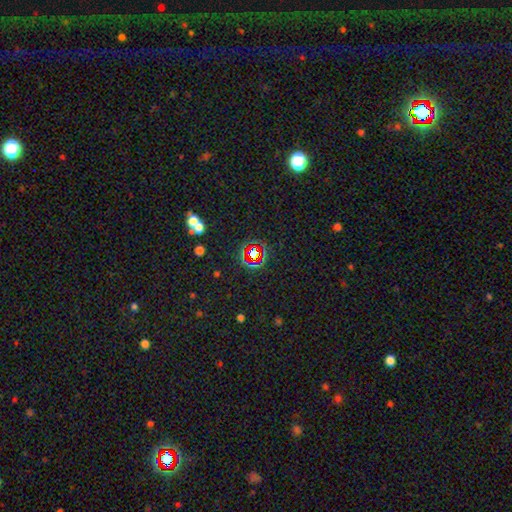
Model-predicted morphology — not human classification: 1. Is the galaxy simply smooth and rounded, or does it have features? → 64% star or artifact, 22% smooth, 14% featured or disk.